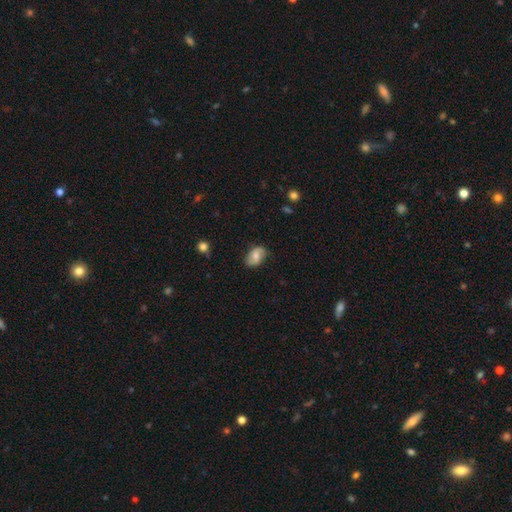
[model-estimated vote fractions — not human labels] This is possibly a smooth galaxy (51%). How rounded: clearly in between (87%). Merging: likely none (72%).